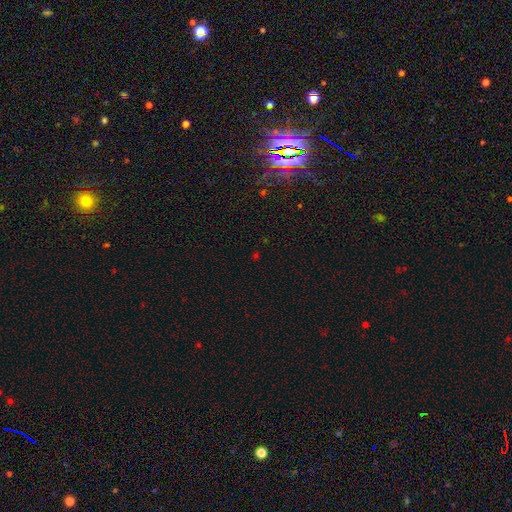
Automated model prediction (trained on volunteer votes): Smooth or featured: star or artifact — 63% (smooth — 30%)